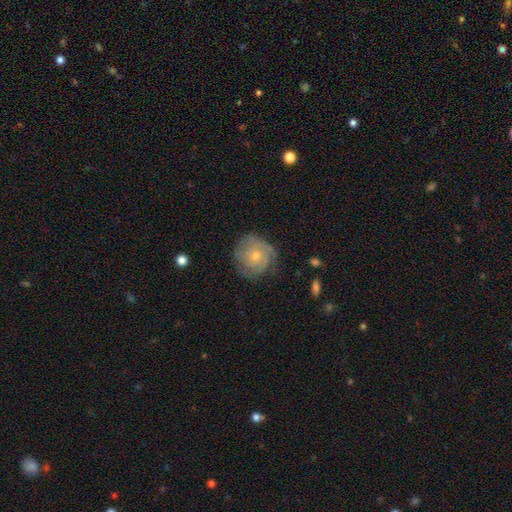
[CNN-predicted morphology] A featured or disk galaxy (66%) with no bar (81%), tight (66%) spiral arms (88%) and a small central bulge (63%).

Vote fractions:
- Smooth or featured? featured or disk: 66% / smooth: 27% / star or artifact: 7%
- Edge-on disk? no: 98% / yes: 2%
- Bar? no: 81% / weak: 17% / strong: 2%
- Spiral arms? yes: 88% / no: 12%
- Spiral winding? tight: 66% / medium: 26% / loose: 8%
- Spiral arm count? can't tell: 37% / 2: 22% / 3: 22% / 4: 8% / 1: 7% / more than 4: 5%
- Bulge size? small: 63% / moderate: 32% / none: 2% / large: 2% / dominant: 1%
- Merging? none: 71% / minor disturbance: 20% / major disturbance: 8% / merger: 1%